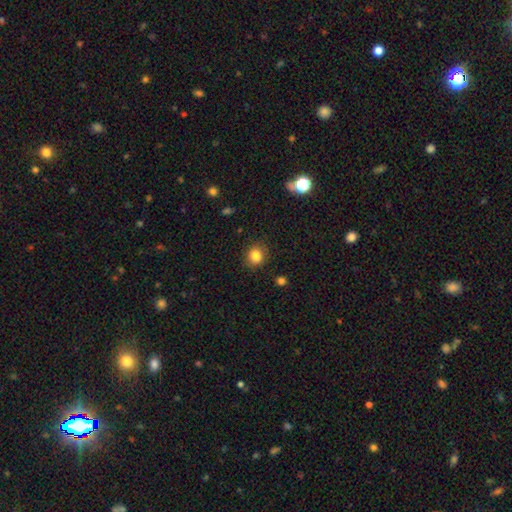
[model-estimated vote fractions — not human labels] A smooth galaxy with no disk features (84%) that is round (78%). Merging: none (88%).